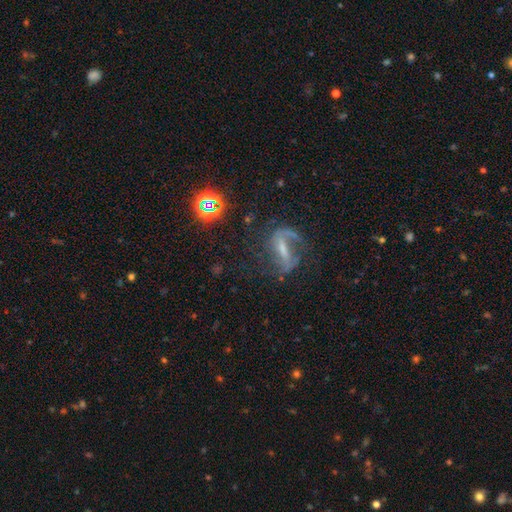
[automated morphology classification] A featured or disk galaxy (74%) with a strong bar (41%), 2 (87%) loose (54%) spiral arms (88%) and a small central bulge (57%). Merging: none (70%).